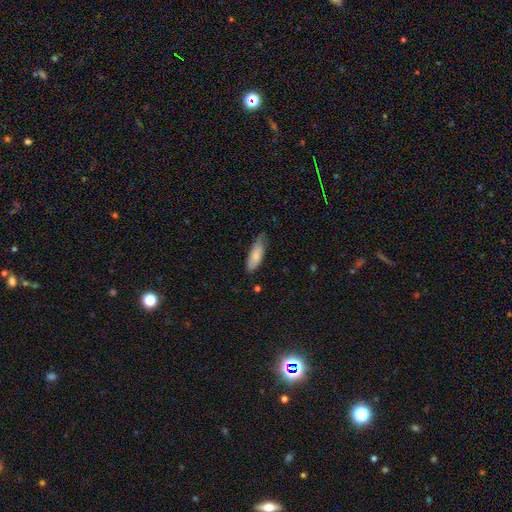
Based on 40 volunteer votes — A smooth galaxy with no disk features (72%) that is cigar-shaped (66%).

Vote fractions:
- Smooth or featured? smooth: 72% / featured or disk: 25% / star or artifact: 2%
- How rounded? cigar-shaped: 66% / in between: 34% / round: 0%
- Merging? none: 59% / minor disturbance: 41% / major disturbance: 0% / merger: 0%